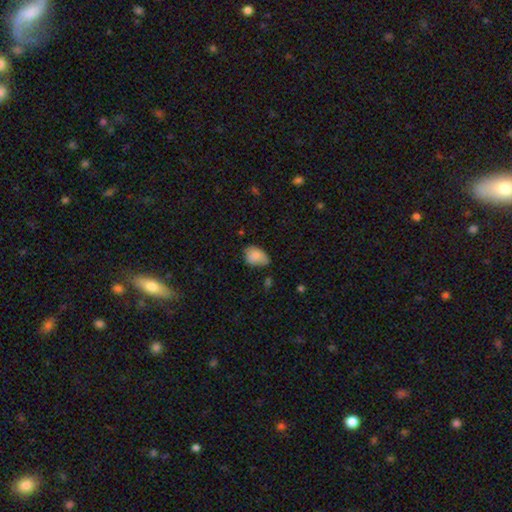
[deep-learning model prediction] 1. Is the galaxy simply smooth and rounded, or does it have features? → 83% smooth, 9% featured or disk, 8% star or artifact.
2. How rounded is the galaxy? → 78% in between, 21% round, 1% cigar-shaped.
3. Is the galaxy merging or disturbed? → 48% none, 39% minor disturbance, 9% major disturbance, 3% merger.